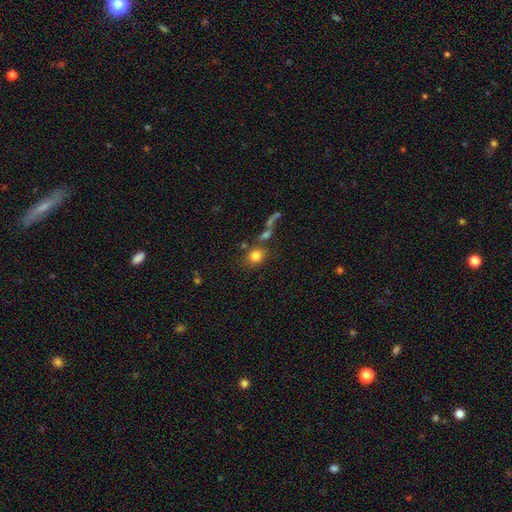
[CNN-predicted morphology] Smooth or featured? smooth (81%)
How rounded? round (68%)
Merging? none (65%)